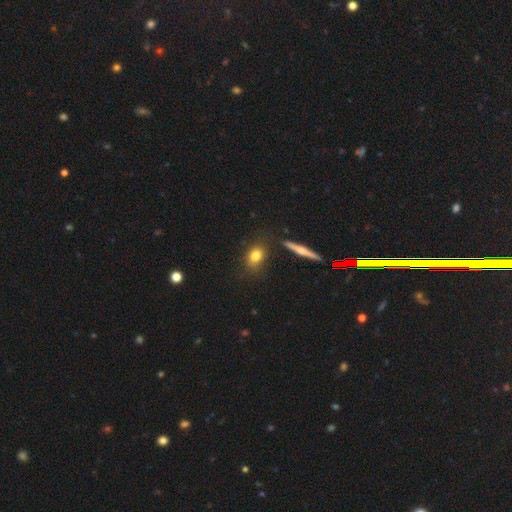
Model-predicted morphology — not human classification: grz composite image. It shows a smooth galaxy with no disk features (78%) that is in between round and cigar-shaped (61%). Merging: none (80%).